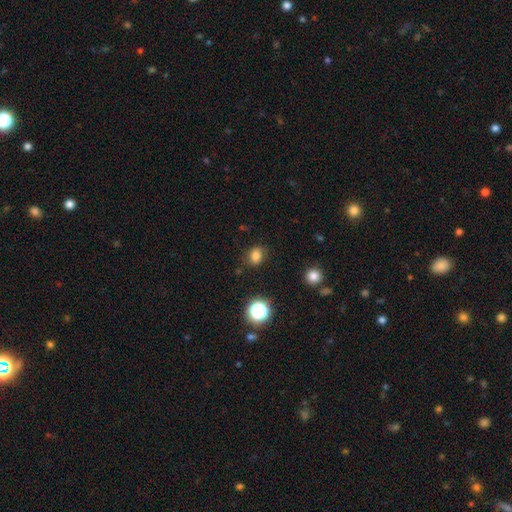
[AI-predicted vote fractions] This is likely a smooth galaxy (79%). How rounded: possibly in between (50%). Merging: likely none (78%).